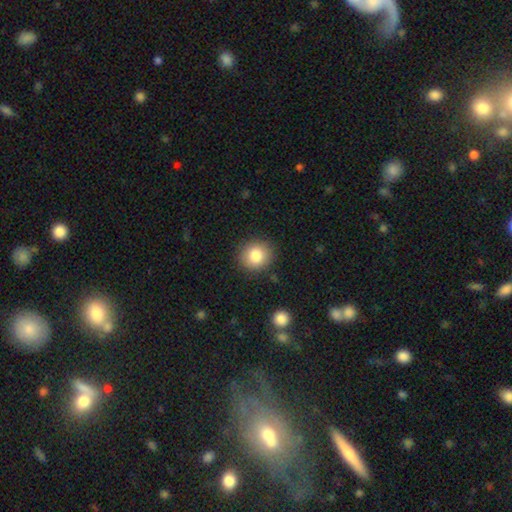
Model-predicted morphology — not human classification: This is clearly a smooth galaxy (83%). How rounded: clearly round (86%). Merging: clearly none (88%).